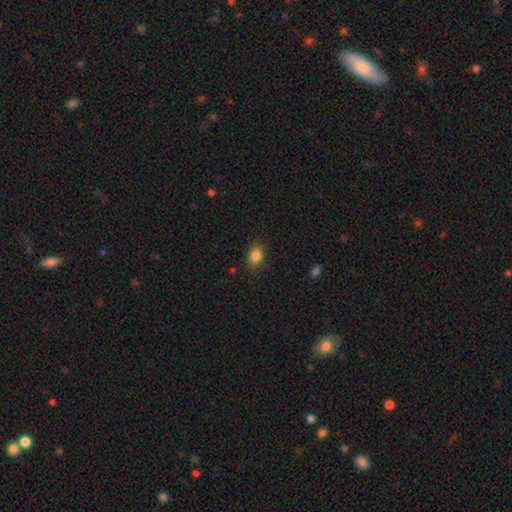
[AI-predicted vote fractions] Smooth or featured? smooth (85%)
How rounded? in between (69%)
Merging? none (83%)